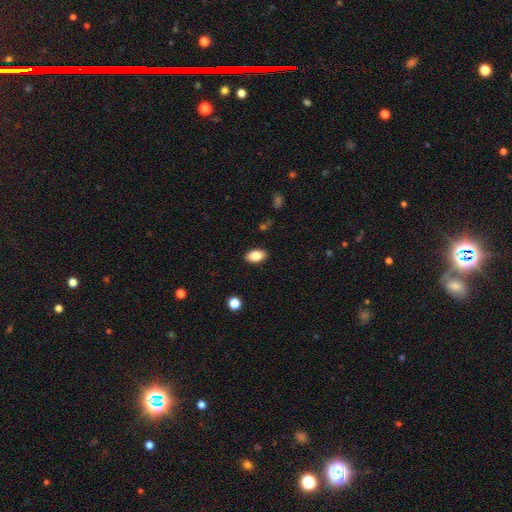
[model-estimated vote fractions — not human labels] Q: Smooth or featured?
A: smooth (85%); runner-up: star or artifact (8%)
Q: How rounded?
A: in between (91%); runner-up: round (7%)
Q: Merging?
A: none (88%); runner-up: minor disturbance (8%)